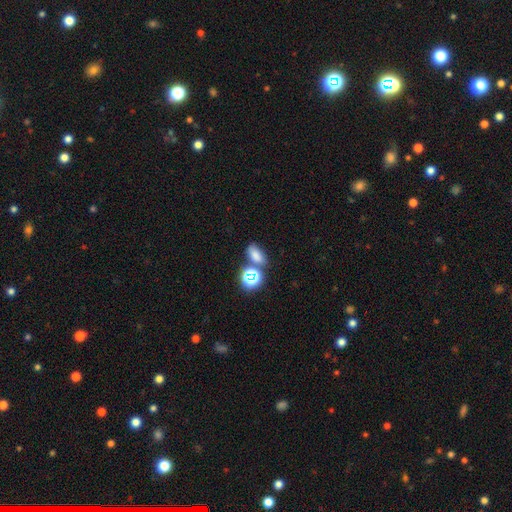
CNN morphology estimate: A smooth galaxy with no disk features (70%) that is in between round and cigar-shaped (79%).

Vote fractions:
- Smooth or featured? smooth: 70% / star or artifact: 22% / featured or disk: 8%
- How rounded? in between: 79% / round: 18% / cigar-shaped: 3%
- Merging? none: 59% / merger: 21% / minor disturbance: 14% / major disturbance: 6%